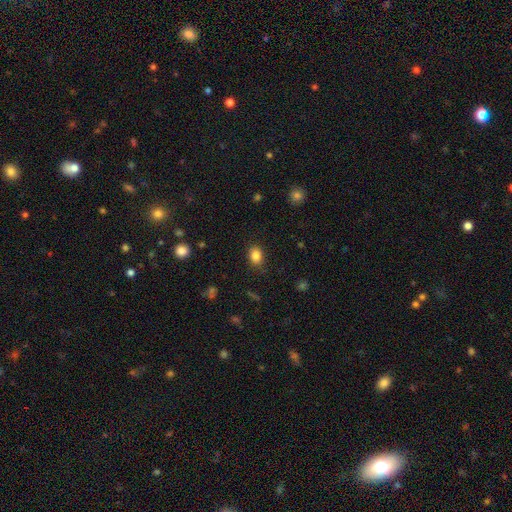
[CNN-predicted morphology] Q: Smooth or featured?
A: smooth (84%); runner-up: star or artifact (10%)
Q: How rounded?
A: in between (66%); runner-up: round (33%)
Q: Merging?
A: none (83%); runner-up: minor disturbance (12%)